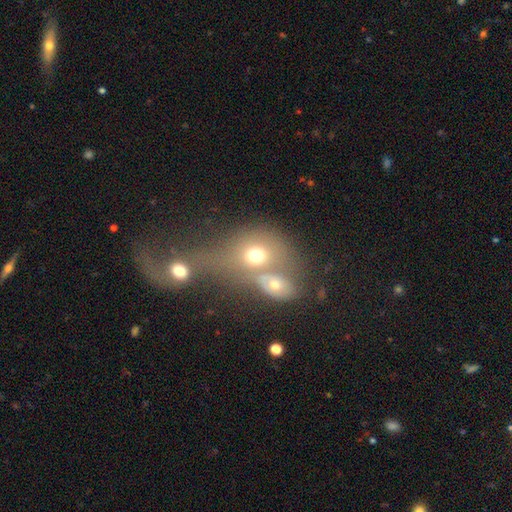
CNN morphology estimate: The model was most divided on "how rounded": round: 58%, in between: 40%, cigar-shaped: 2%. More confident: smooth or featured — smooth (65%); merging — merger (59%).